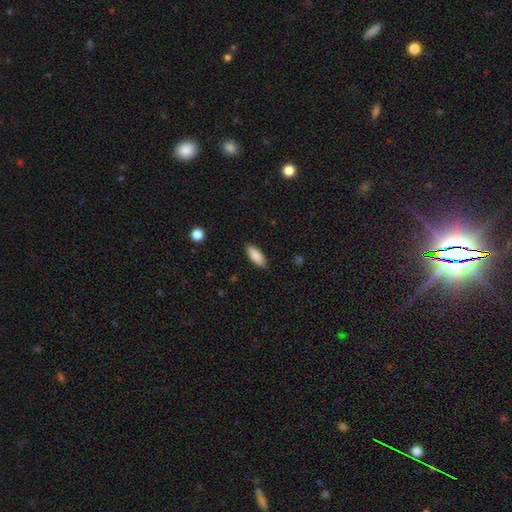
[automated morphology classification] smooth_or_featured: smooth (p=0.86) [alt: featured or disk p=0.07]
how_rounded: in between (p=0.73) [alt: cigar-shaped p=0.25]
merging: none (p=0.88) [alt: minor disturbance p=0.09]